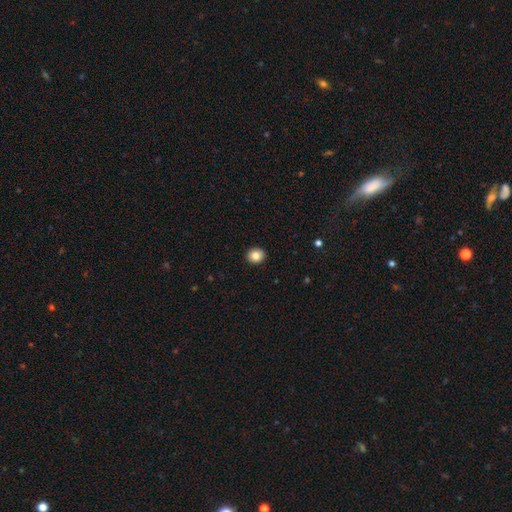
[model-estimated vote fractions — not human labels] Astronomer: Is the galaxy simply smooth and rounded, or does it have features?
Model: smooth — 83%.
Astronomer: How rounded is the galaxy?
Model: round — 77%.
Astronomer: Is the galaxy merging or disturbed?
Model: none — 92%.